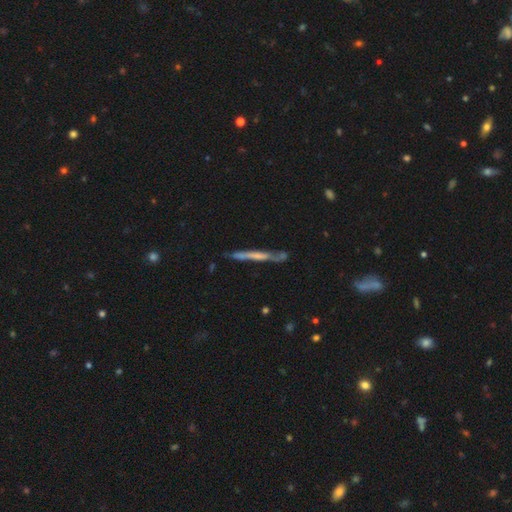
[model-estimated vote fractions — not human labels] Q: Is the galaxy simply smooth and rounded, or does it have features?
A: featured or disk — 55%.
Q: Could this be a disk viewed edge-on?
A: yes — 90%.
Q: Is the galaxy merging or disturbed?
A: none — 69%.